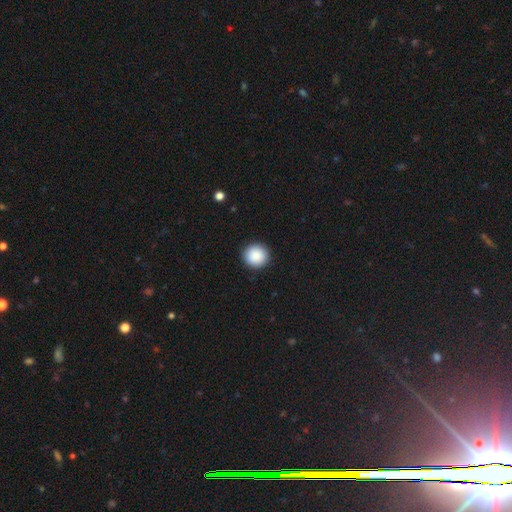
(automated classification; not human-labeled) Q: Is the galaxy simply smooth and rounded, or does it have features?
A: smooth — 89%.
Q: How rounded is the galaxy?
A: round — 95%.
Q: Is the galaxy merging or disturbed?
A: none — 93%.